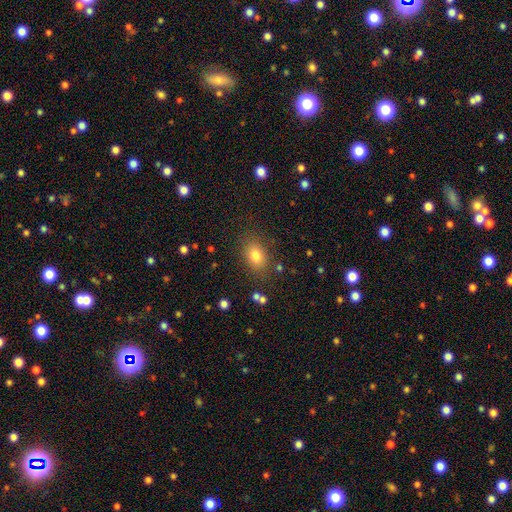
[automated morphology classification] Q: Smooth or featured?
A: smooth (81%); runner-up: star or artifact (11%)
Q: How rounded?
A: in between (70%); runner-up: round (29%)
Q: Merging?
A: none (81%); runner-up: minor disturbance (12%)